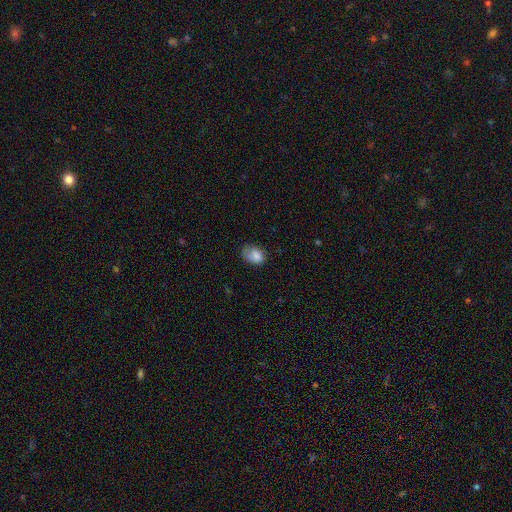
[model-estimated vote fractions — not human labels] Smooth or featured? Predicted: smooth (p=0.79). How rounded? Predicted: in between (p=0.79). Merging? Predicted: none (p=0.49).